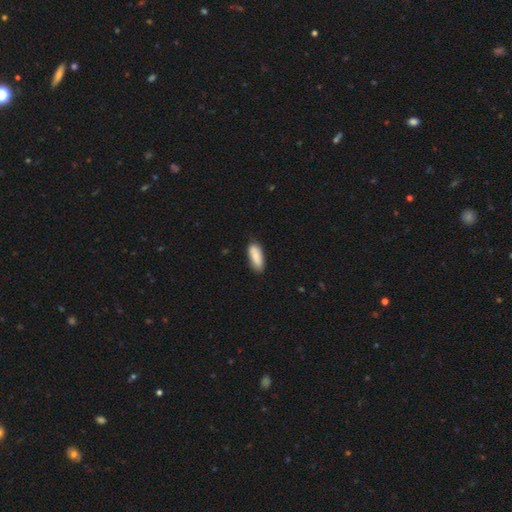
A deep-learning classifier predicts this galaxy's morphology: Smooth or featured?
  - smooth: 85% *
  - featured or disk: 10%
  - star or artifact: 6%
How rounded?
  - in between: 79% *
  - cigar-shaped: 19%
  - round: 2%
Merging?
  - none: 80% *
  - minor disturbance: 16%
  - major disturbance: 2%
  - merger: 2%